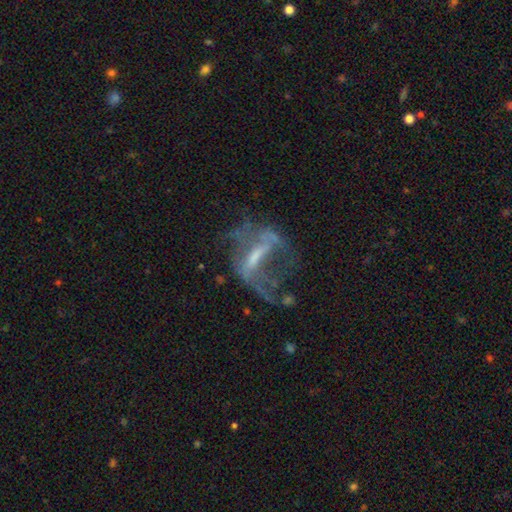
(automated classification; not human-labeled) This appears to be a featured or disk galaxy (73%) with a strong bar (47%), spiral arms (53%) and a small central bulge (38%). Merging: major disturbance (46%).